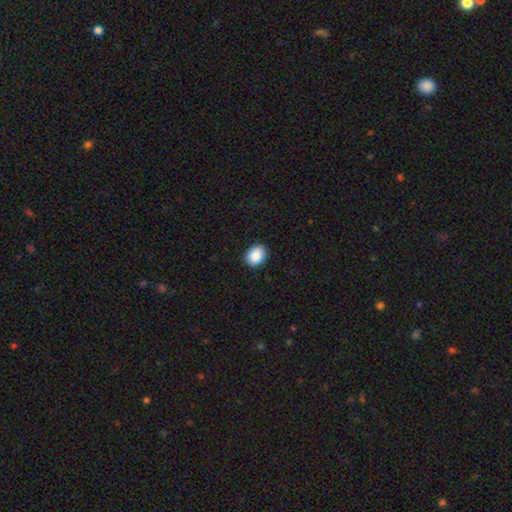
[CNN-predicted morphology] A smooth galaxy with no disk features (88%) that is in between round and cigar-shaped (59%).

Vote fractions:
- Smooth or featured? smooth: 88% / star or artifact: 8% / featured or disk: 4%
- How rounded? in between: 59% / round: 40% / cigar-shaped: 1%
- Merging? none: 89% / minor disturbance: 8% / major disturbance: 2% / merger: 1%